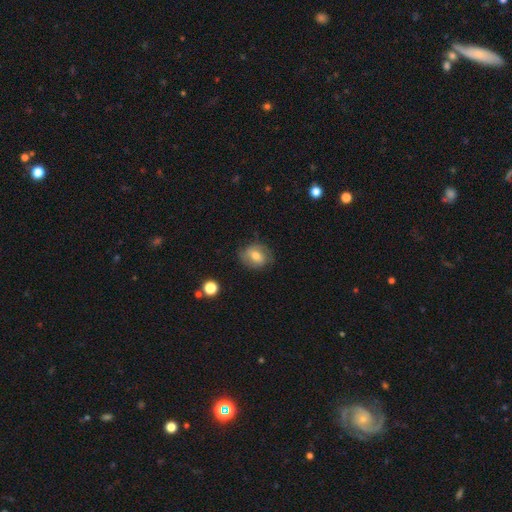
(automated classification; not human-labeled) Morphology: type=smooth (61%); roundness=round (54%); merging=none (72%).